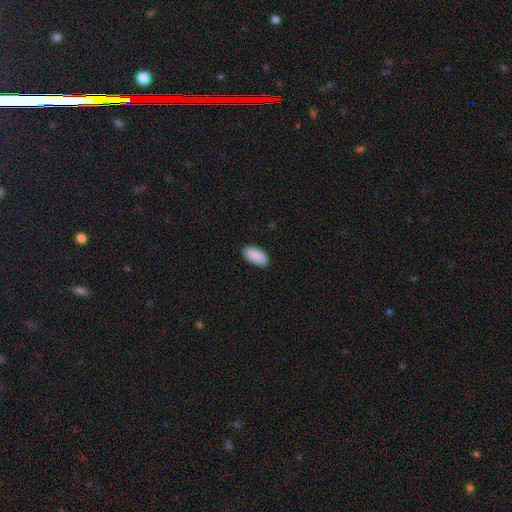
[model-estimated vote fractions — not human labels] Smooth or featured? Predicted: smooth (p=0.91). How rounded? Predicted: in between (p=0.94). Merging? Predicted: none (p=0.88).